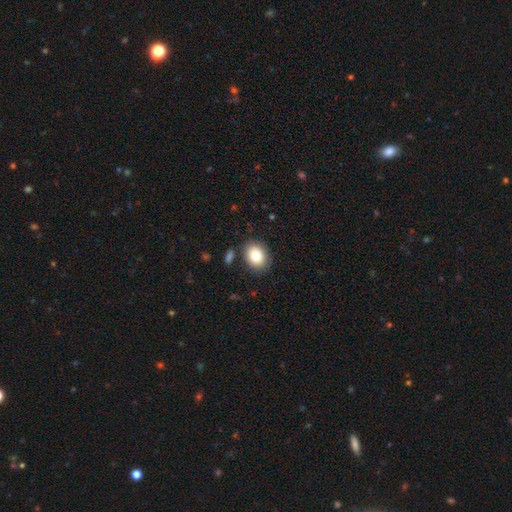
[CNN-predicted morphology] Overall: smooth (83%). How rounded: in between (60%; round 39%). Merging: none (83%).